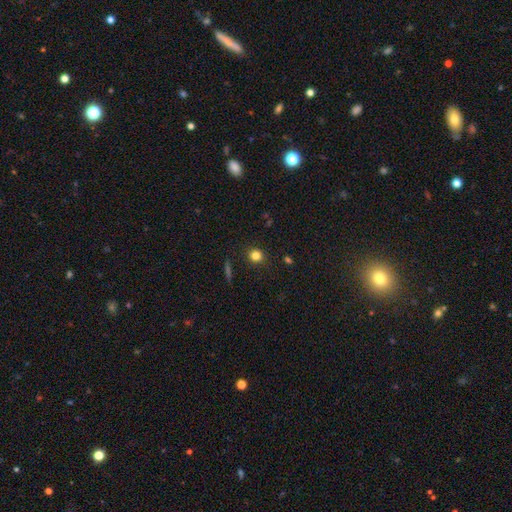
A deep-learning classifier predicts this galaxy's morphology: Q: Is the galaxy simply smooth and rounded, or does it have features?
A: smooth — 81%.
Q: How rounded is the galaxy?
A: round — 88%.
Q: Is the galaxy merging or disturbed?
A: none — 90%.